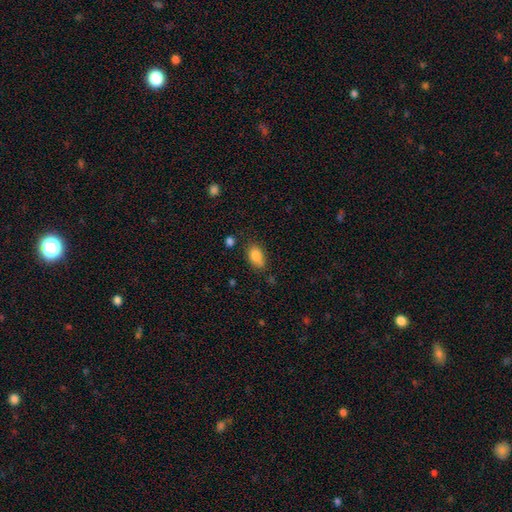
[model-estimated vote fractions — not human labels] This is clearly a smooth galaxy (85%). How rounded: clearly in between (88%). Merging: likely none (68%).